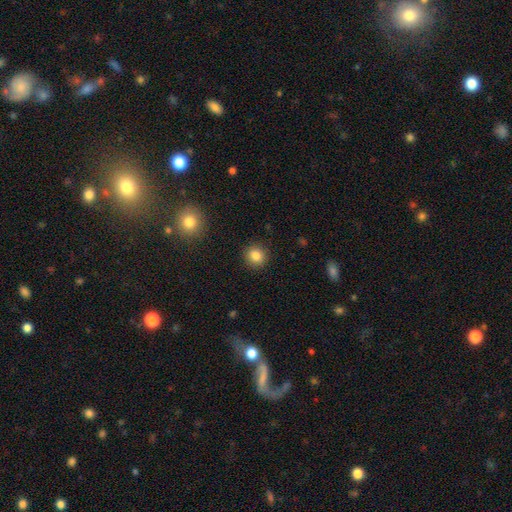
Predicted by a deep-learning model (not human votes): Smooth or featured: smooth — 84% (star or artifact — 11%)
How rounded: round — 87% (in between — 12%)
Merging: none — 91% (minor disturbance — 6%)